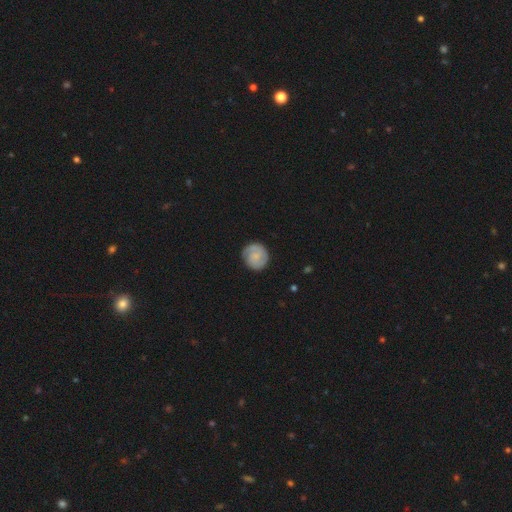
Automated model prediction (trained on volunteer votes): Overall: featured or disk (48%; smooth 46%). Merging: none (82%).